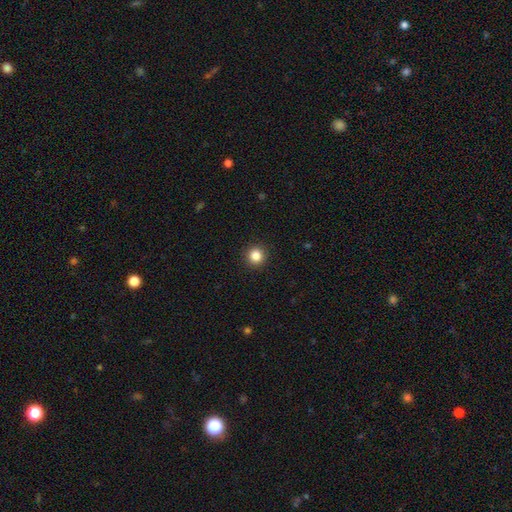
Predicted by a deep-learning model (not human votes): Smooth or featured: smooth — 85% (star or artifact — 11%)
How rounded: round — 94% (in between — 5%)
Merging: none — 93% (minor disturbance — 5%)